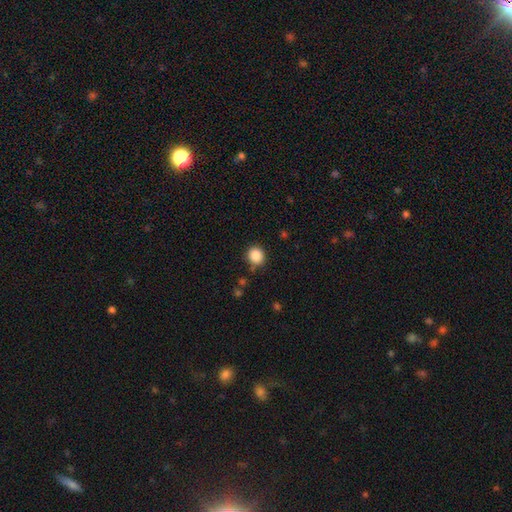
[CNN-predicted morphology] This appears to be a smooth galaxy with no disk features (87%) that is round (84%). Merging: none (85%).